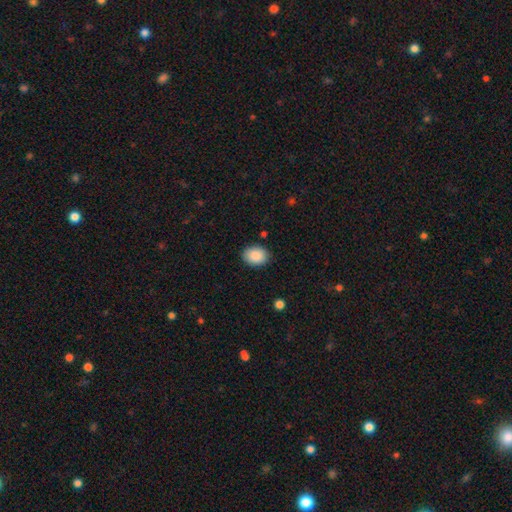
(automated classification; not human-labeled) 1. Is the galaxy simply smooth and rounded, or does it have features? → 89% smooth, 7% star or artifact, 4% featured or disk.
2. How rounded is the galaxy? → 60% in between, 39% round, 1% cigar-shaped.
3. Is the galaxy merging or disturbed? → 86% none, 10% minor disturbance, 2% major disturbance, 1% merger.